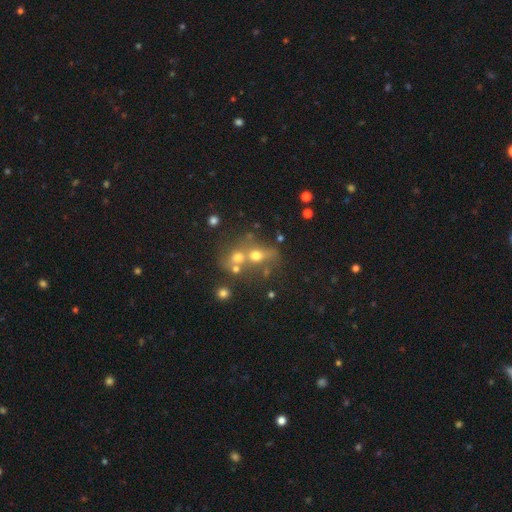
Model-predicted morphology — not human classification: smooth_or_featured: smooth (p=0.52) [alt: featured or disk p=0.26]
how_rounded: round (p=0.66) [alt: in between p=0.31]
merging: merger (p=0.50) [alt: none p=0.33]